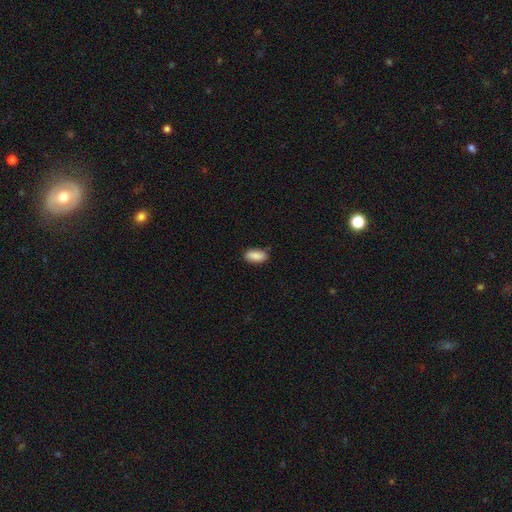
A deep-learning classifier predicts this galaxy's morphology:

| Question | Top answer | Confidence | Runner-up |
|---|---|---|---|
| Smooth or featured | smooth | 87% | star or artifact (7%) |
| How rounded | in between | 89% | cigar-shaped (9%) |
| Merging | none | 81% | minor disturbance (15%) |